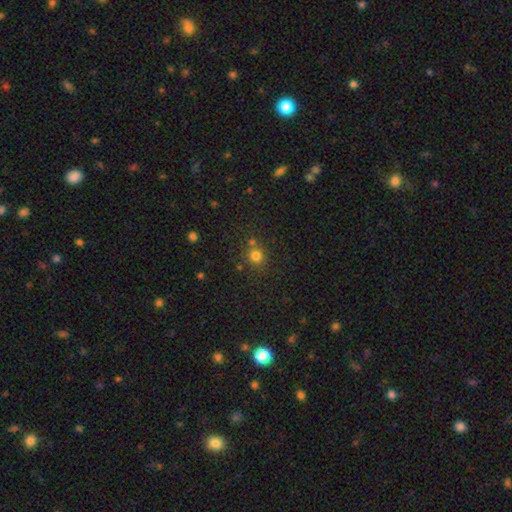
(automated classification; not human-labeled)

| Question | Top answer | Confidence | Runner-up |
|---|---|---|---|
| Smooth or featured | smooth | 77% | star or artifact (16%) |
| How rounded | round | 85% | in between (14%) |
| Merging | none | 70% | merger (16%) |